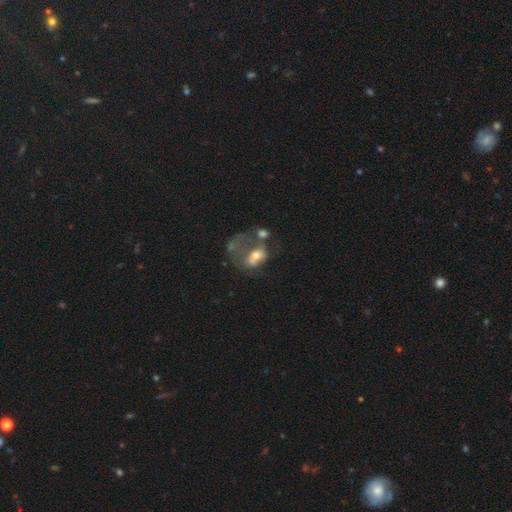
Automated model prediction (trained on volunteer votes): smooth_or_featured: smooth (p=0.49) [alt: featured or disk p=0.39]
merging: major disturbance (p=0.41) [alt: merger p=0.34]